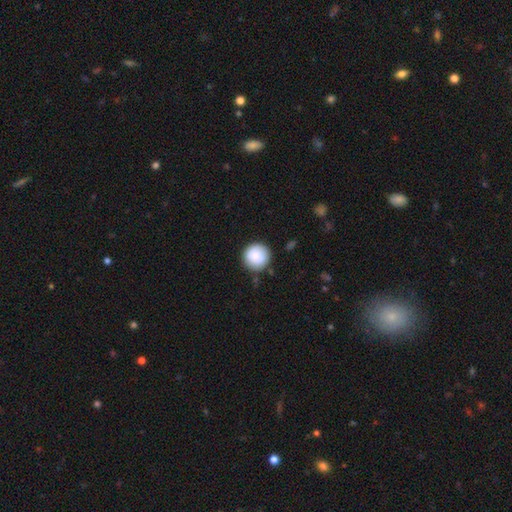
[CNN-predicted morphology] Smooth or featured? smooth (87%)
How rounded? round (95%)
Merging? none (85%)